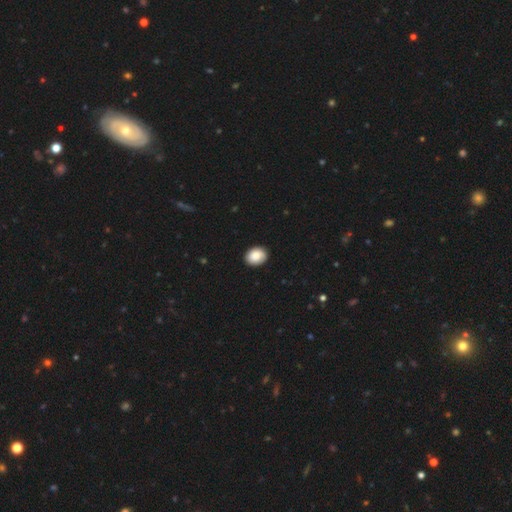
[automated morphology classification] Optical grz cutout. It shows a smooth galaxy with no disk features (84%) that is in between round and cigar-shaped (58%). Merging: none (88%).